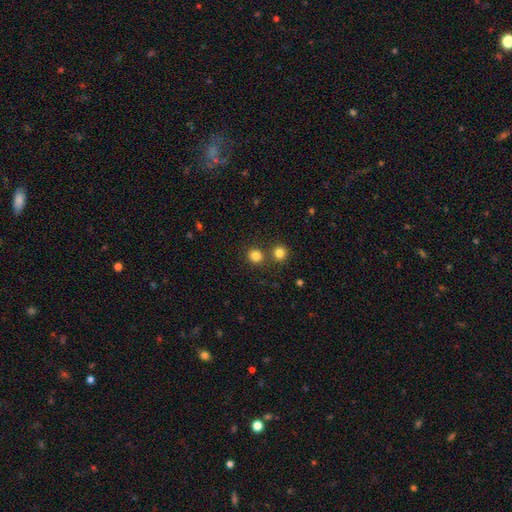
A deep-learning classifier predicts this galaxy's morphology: Smooth or featured? Predicted: smooth (p=0.82). How rounded? Predicted: round (p=0.87). Merging? Predicted: none (p=0.75).